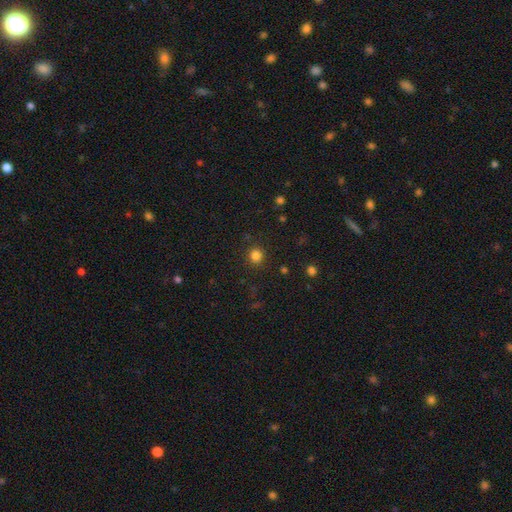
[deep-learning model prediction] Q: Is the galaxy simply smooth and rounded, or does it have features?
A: smooth — 82%.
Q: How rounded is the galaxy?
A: round — 90%.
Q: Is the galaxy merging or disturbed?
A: none — 89%.